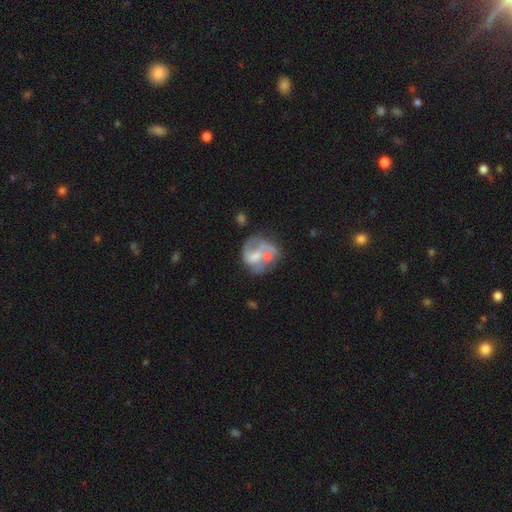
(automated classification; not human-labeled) Smooth or featured?
  - featured or disk: 57% *
  - smooth: 35%
  - star or artifact: 8%
Edge-on disk?
  - no: 98% *
  - yes: 2%
Bar?
  - no: 75% *
  - weak: 21%
  - strong: 5%
Spiral arms?
  - no: 67% *
  - yes: 33%
Bulge size?
  - moderate: 42% *
  - small: 25%
  - none: 24%
  - large: 7%
  - dominant: 2%
Merging?
  - none: 33% *
  - merger: 27%
  - major disturbance: 22%
  - minor disturbance: 18%